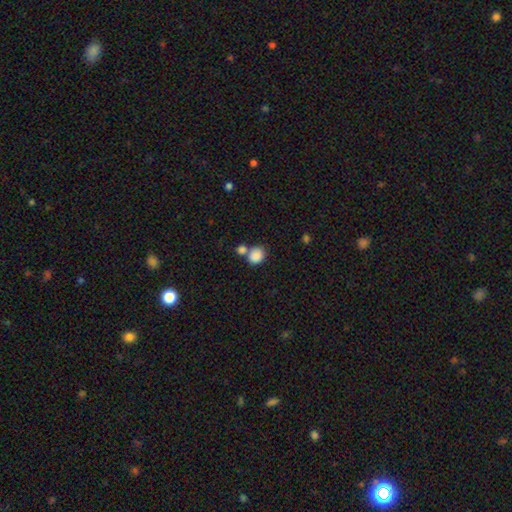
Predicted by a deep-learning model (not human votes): A smooth galaxy with no disk features (86%) that is round (63%). Merging: none (50%).